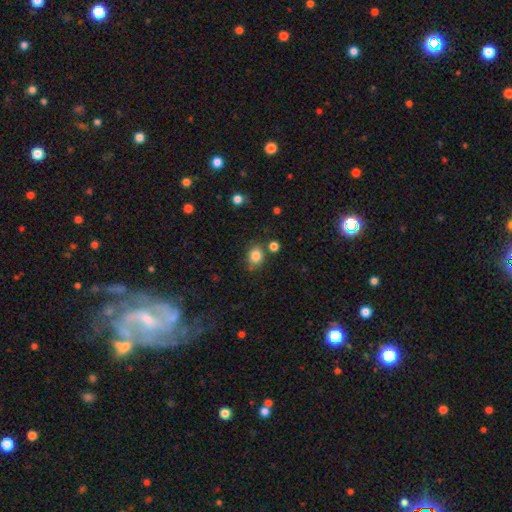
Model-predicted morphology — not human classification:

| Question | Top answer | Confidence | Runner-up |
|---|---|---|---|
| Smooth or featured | smooth | 83% | star or artifact (11%) |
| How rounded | round | 65% | in between (34%) |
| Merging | none | 75% | minor disturbance (12%) |